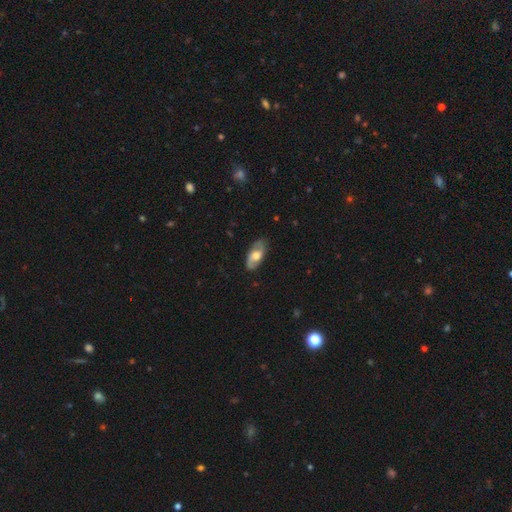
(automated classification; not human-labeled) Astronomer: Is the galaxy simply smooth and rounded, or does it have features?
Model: featured or disk — 63%.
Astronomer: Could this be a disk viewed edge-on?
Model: no — 89%.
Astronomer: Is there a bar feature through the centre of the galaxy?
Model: no — 65%.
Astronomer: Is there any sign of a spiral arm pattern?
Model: yes — 78%.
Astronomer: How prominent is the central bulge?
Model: moderate — 57%.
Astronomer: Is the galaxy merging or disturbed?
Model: none — 82%.